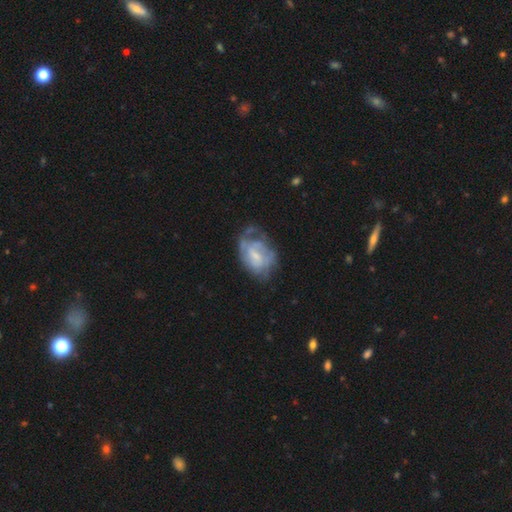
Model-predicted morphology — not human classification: type=featured or disk (68%); edge-on=no (97%); bar=weak (46%); spiral arms=yes (70%); bulge=small (50%); merging=none (42%).